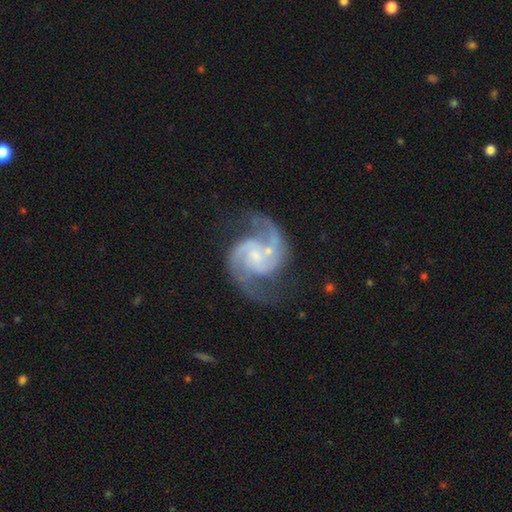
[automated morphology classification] Smooth or featured: featured or disk — 93% (star or artifact — 4%)
Edge-on disk: no — 98% (yes — 2%)
Bar: no — 53% (weak — 38%)
Spiral arms: yes — 99% (no — 1%)
Spiral winding: medium — 64% (loose — 18%)
Spiral arm count: 2 — 92% (3 — 3%)
Bulge size: small — 58% (moderate — 25%)
Merging: none — 71% (minor disturbance — 16%)